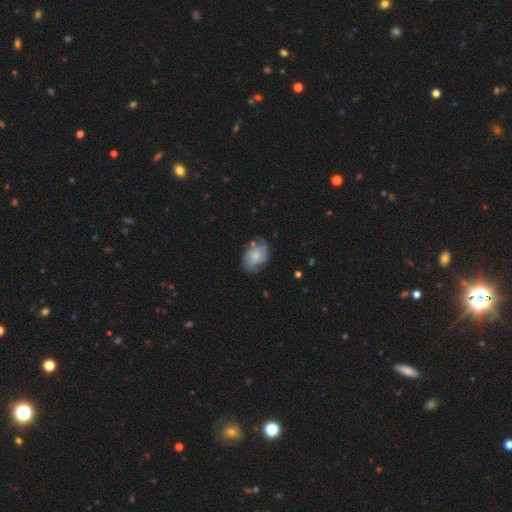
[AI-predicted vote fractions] This is possibly a smooth galaxy (49%). Merging: possibly none (57%).